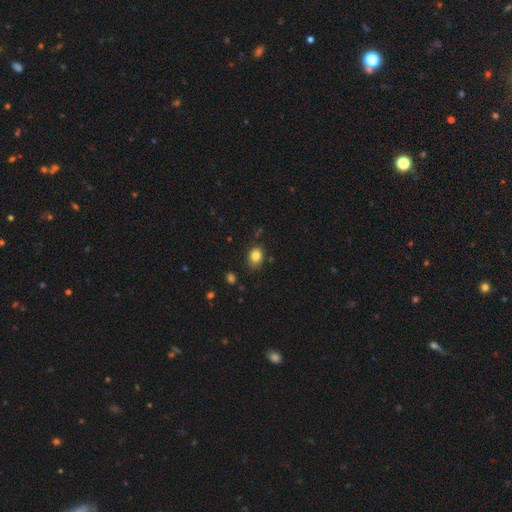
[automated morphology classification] The model was most divided on "how rounded": in between: 50%, round: 49%, cigar-shaped: 1%. More confident: smooth or featured — smooth (83%); merging — none (79%).